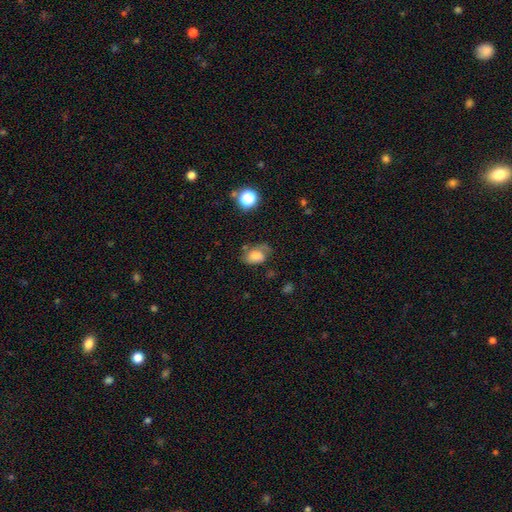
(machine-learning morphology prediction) This appears to be a smooth galaxy with no disk features (64%) that is in between round and cigar-shaped (83%). Merging: none (46%).